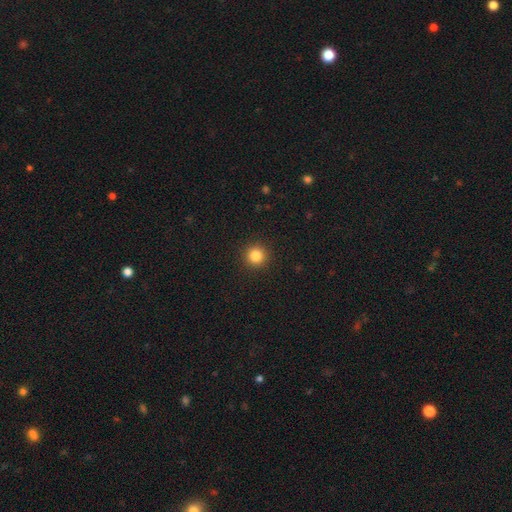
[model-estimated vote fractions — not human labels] smooth-or-featured: smooth: 84% | star or artifact: 11% | featured or disk: 4%
  how-rounded: round: 95% | in between: 4% | cigar-shaped: 1%
  merging: none: 93% | minor disturbance: 4% | major disturbance: 2% | merger: 1%